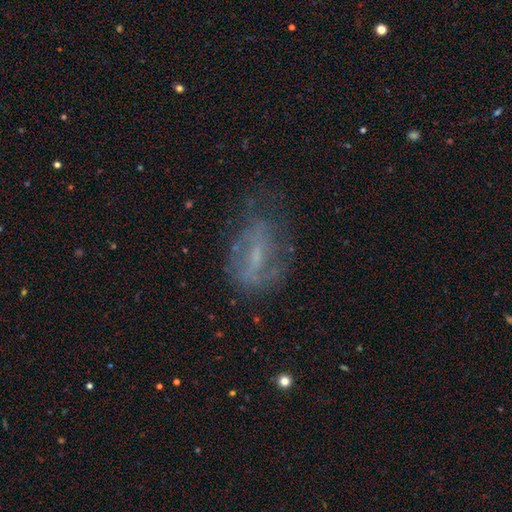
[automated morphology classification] This appears to be a featured or disk galaxy (56%) with a weak bar (42%), no spiral arms (52%) and a small central bulge (51%). Merging: none (49%).